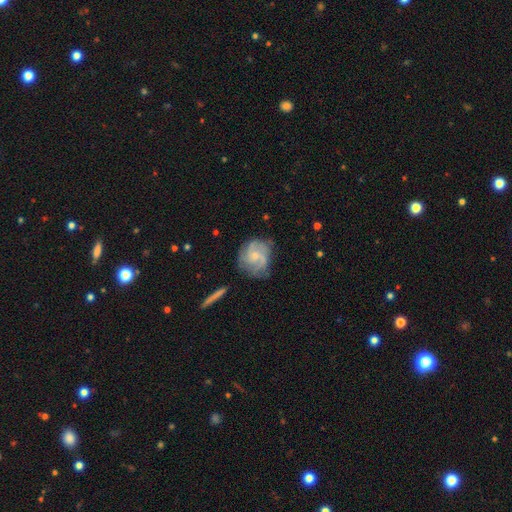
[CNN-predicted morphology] This is likely a featured or disk galaxy (74%). It is clearly not viewed edge-on (98%). Bar: likely no (68%). Spiral arm pattern: clearly yes (92%). Spiral arm count: marginally 3 (34%). Spiral winding: marginally medium (45%). Central bulge: likely small (61%). Merging: likely none (68%).